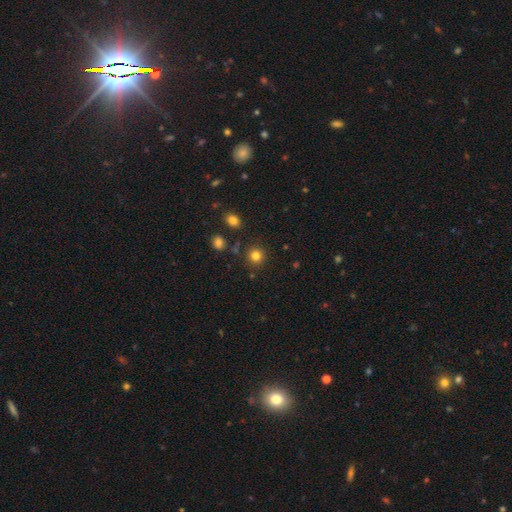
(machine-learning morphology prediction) Q: Smooth or featured?
A: smooth (81%); runner-up: star or artifact (13%)
Q: How rounded?
A: round (92%); runner-up: in between (7%)
Q: Merging?
A: none (87%); runner-up: minor disturbance (7%)